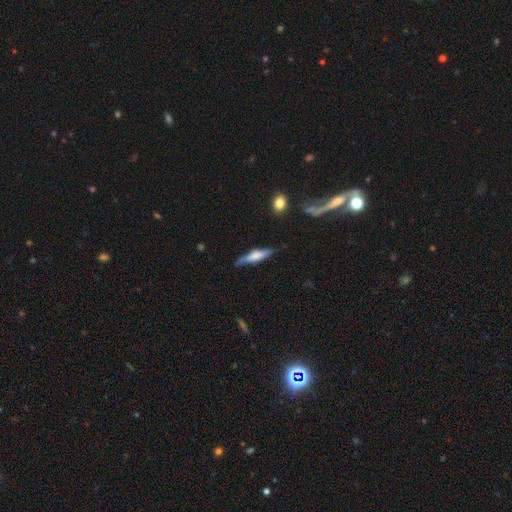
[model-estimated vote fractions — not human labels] The model was most divided on "smooth or featured": smooth: 59%, featured or disk: 35%, star or artifact: 6%. More confident: how rounded — cigar-shaped (78%); merging — none (69%).